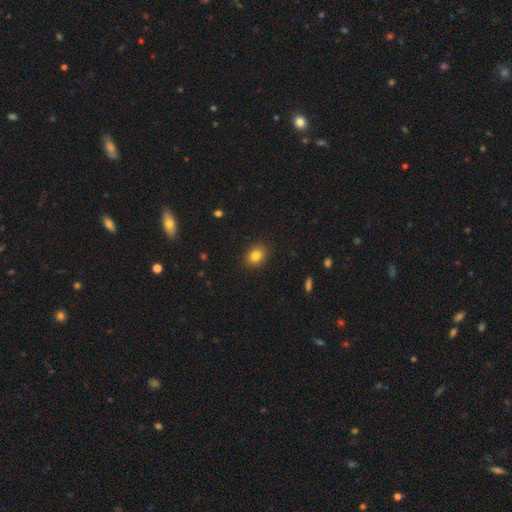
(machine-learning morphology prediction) Smooth or featured? smooth (83%)
How rounded? round (54%)
Merging? none (90%)